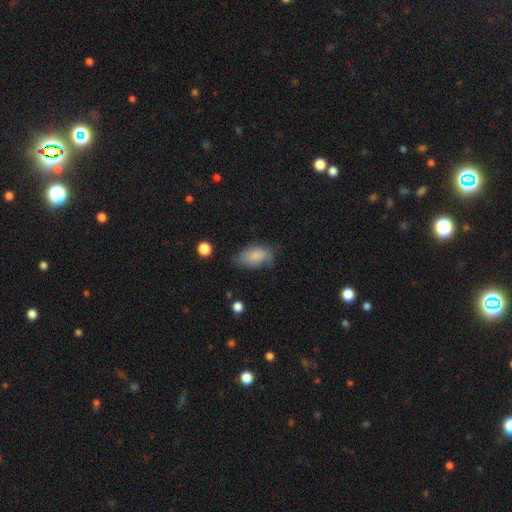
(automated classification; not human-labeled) smooth-or-featured: smooth: 82% | featured or disk: 10% | star or artifact: 8%
  how-rounded: in between: 92% | round: 5% | cigar-shaped: 4%
  merging: none: 61% | minor disturbance: 29% | major disturbance: 8% | merger: 2%